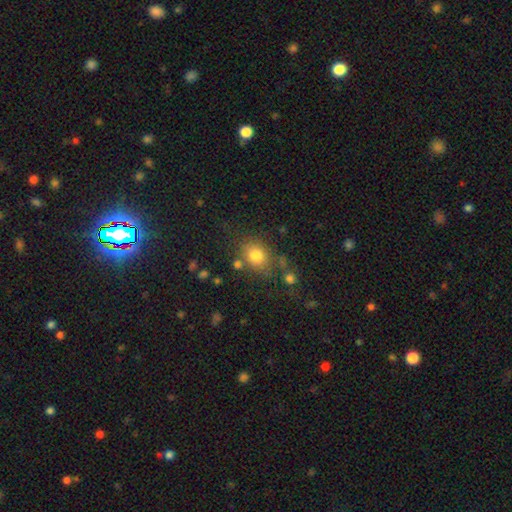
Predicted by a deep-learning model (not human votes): Smooth or featured: smooth — 79% (star or artifact — 12%)
How rounded: round — 50% (in between — 48%)
Merging: none — 67% (minor disturbance — 16%)